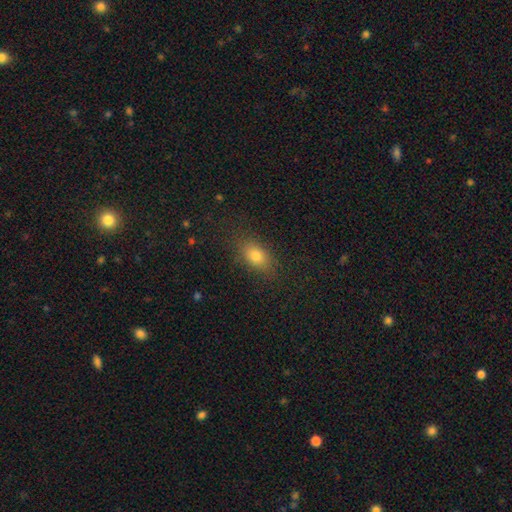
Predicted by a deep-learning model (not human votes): The model was most divided on "how rounded": in between: 81%, round: 14%, cigar-shaped: 5%. More confident: merging — none (83%); smooth or featured — smooth (79%).